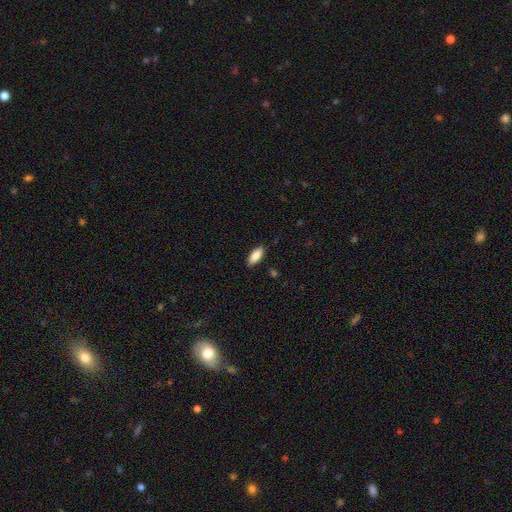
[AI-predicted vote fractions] Q: Smooth or featured?
A: smooth (87%); runner-up: featured or disk (7%)
Q: How rounded?
A: in between (77%); runner-up: cigar-shaped (21%)
Q: Merging?
A: none (85%); runner-up: minor disturbance (11%)